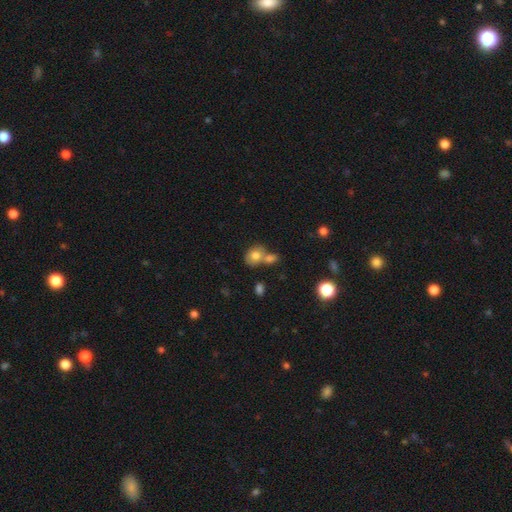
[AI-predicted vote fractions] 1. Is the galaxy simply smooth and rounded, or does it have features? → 77% smooth, 13% featured or disk, 10% star or artifact.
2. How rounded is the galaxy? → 55% round, 44% in between, 1% cigar-shaped.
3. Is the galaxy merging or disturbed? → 42% merger (tied), 42% none (tied), 12% minor disturbance, 4% major disturbance.